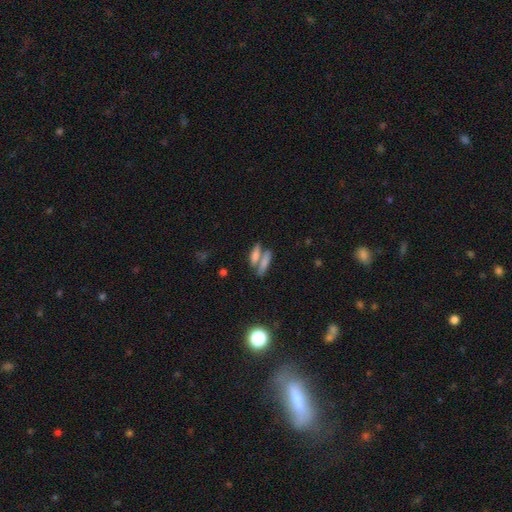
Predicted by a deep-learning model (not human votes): The model was most divided on "how rounded": cigar-shaped: 51%, in between: 44%, round: 5%. Remaining: smooth or featured — smooth (70%); merging — merger (48%).